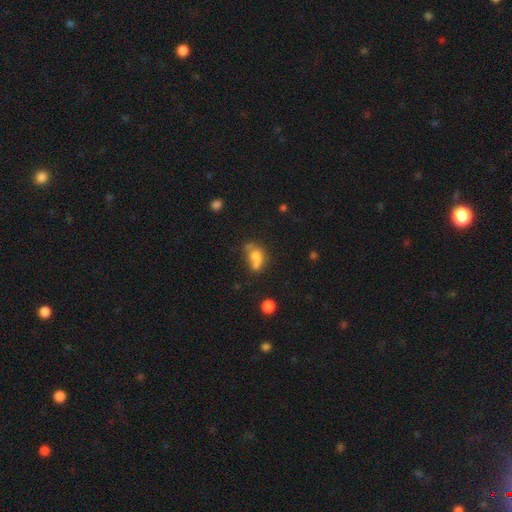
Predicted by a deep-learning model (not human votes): This appears to be a smooth galaxy with no disk features (65%) that is in between round and cigar-shaped (72%). Merging: merger (33%).